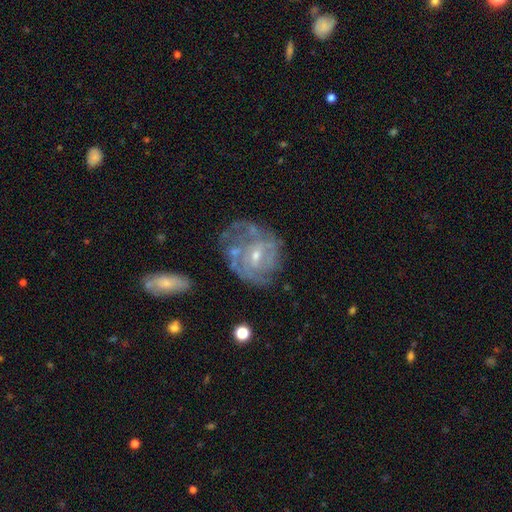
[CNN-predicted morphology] The model was most divided on "bar": weak: 47%, no: 43%, strong: 10%. Remaining: edge-on disk — no (97%); smooth or featured — featured or disk (78%); spiral arms — yes (76%); bulge size — small (60%); spiral winding — tight (55%); merging — none (51%); spiral arm count — can't tell (50%).